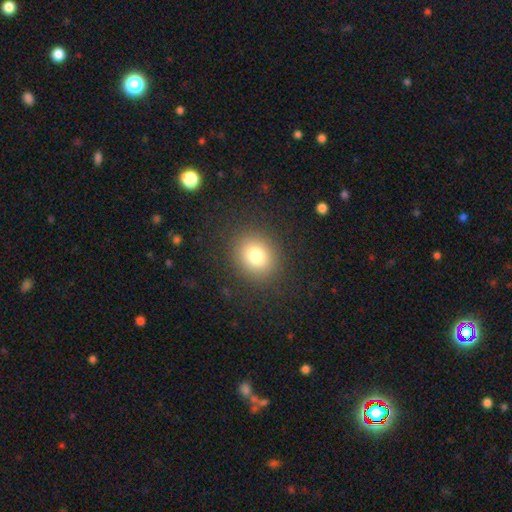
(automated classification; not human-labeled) smooth-or-featured: smooth: 78% | star or artifact: 13% | featured or disk: 9%
  how-rounded: round: 75% | in between: 24% | cigar-shaped: 1%
  merging: none: 88% | minor disturbance: 7% | major disturbance: 4% | merger: 1%